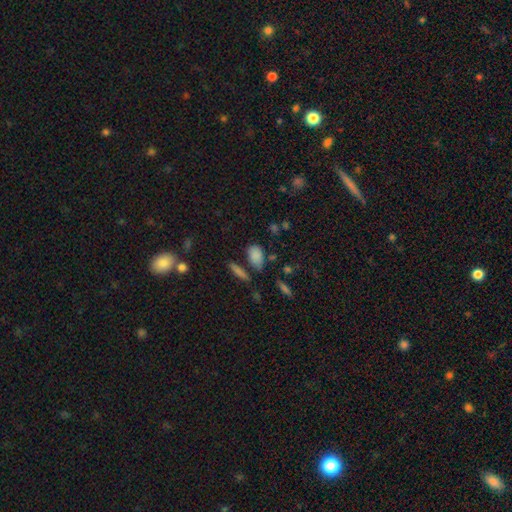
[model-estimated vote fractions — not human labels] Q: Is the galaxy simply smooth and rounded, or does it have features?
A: smooth — 82%.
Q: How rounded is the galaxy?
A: in between — 81%.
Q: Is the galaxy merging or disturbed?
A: none — 63%.